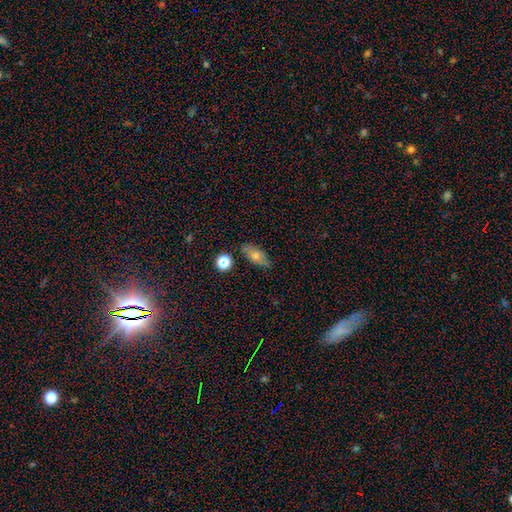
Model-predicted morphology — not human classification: Q: Smooth or featured?
A: smooth (69%); runner-up: featured or disk (20%)
Q: How rounded?
A: in between (82%); runner-up: cigar-shaped (10%)
Q: Merging?
A: none (75%); runner-up: minor disturbance (17%)